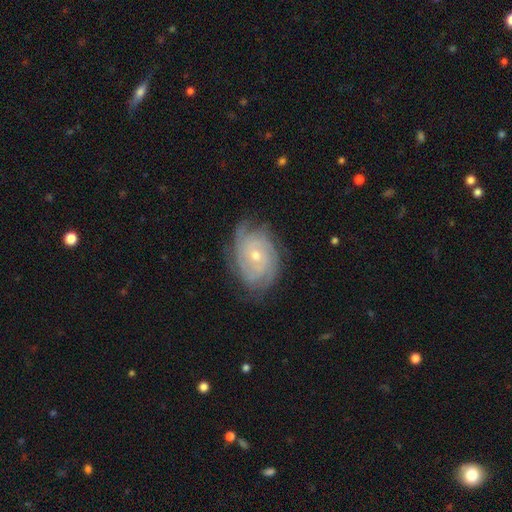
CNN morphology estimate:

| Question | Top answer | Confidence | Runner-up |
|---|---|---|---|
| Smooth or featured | featured or disk | 84% | smooth (10%) |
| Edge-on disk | no | 97% | yes (3%) |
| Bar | no | 74% | weak (22%) |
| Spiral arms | yes | 95% | no (5%) |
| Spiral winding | tight | 74% | medium (22%) |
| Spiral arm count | can't tell | 35% | 3 (19%) |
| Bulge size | small | 59% | moderate (38%) |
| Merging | none | 75% | minor disturbance (18%) |